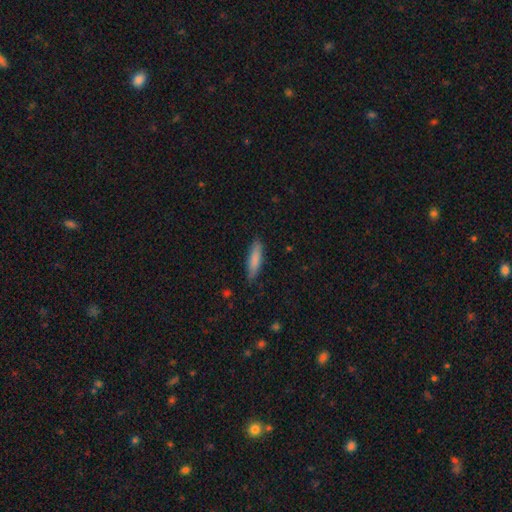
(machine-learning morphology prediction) Smooth or featured? Predicted: smooth (p=0.77). How rounded? Predicted: cigar-shaped (p=0.80). Merging? Predicted: none (p=0.86).